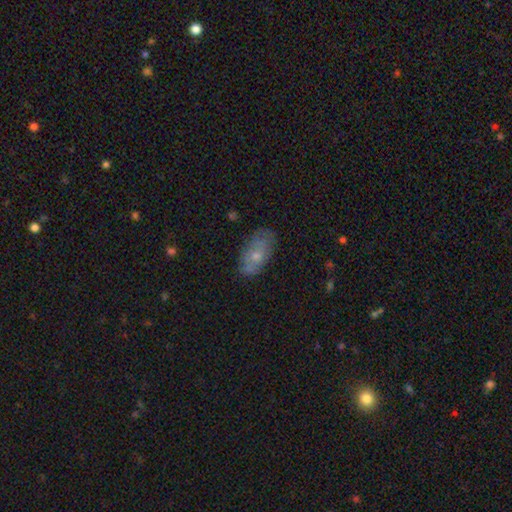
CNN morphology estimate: Smooth or featured? smooth (59%)
How rounded? in between (91%)
Merging? none (66%)